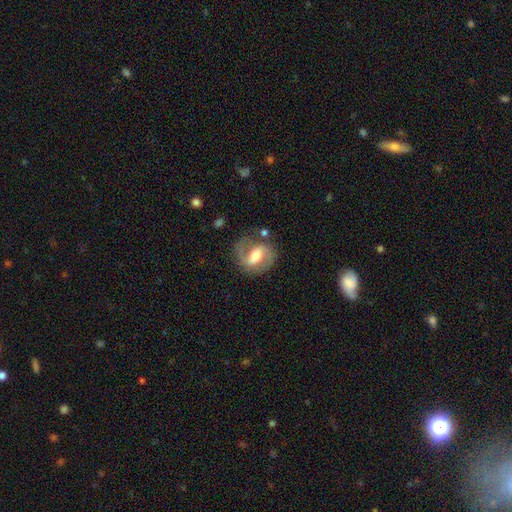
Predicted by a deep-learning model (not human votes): Smooth or featured?
  - featured or disk: 76% *
  - smooth: 18%
  - star or artifact: 6%
Edge-on disk?
  - no: 97% *
  - yes: 3%
Bar?
  - weak: 44% *
  - strong: 34%
  - no: 21%
Spiral arms?
  - yes: 90% *
  - no: 10%
Spiral winding?
  - medium: 51% *
  - loose: 29%
  - tight: 19%
Spiral arm count?
  - 2: 83% *
  - 1: 9%
  - can't tell: 5%
  - 3: 1%
  - 4: 1%
  - more than 4: 1%
Bulge size?
  - moderate: 65% *
  - small: 22%
  - large: 11%
  - none: 2%
  - dominant: 1%
Merging?
  - none: 68% *
  - minor disturbance: 18%
  - major disturbance: 10%
  - merger: 4%